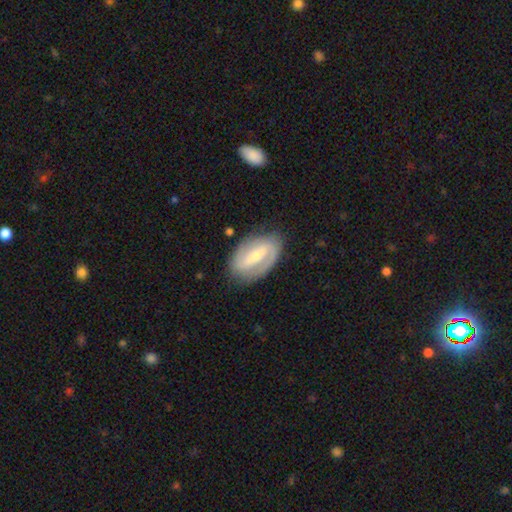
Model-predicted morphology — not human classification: The model was most divided on "spiral winding": medium: 41%, tight: 36%, loose: 23%. More confident: edge-on disk — no (95%); spiral arms — yes (86%); spiral arm count — 2 (81%); merging — none (79%); smooth or featured — featured or disk (78%); bar — strong (55%); bulge size — small (52%).